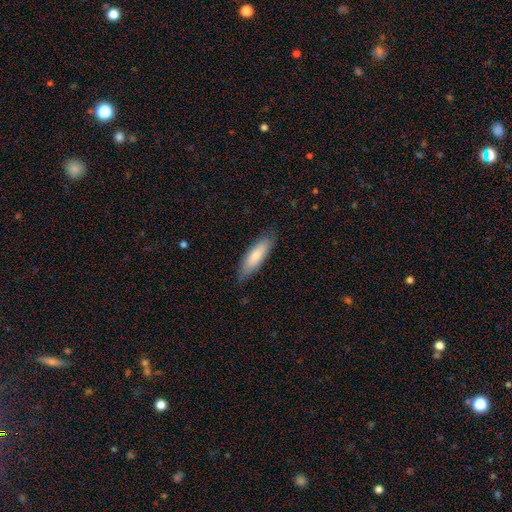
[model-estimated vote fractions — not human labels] Smooth or featured? smooth (77%)
How rounded? cigar-shaped (55%)
Merging? none (79%)